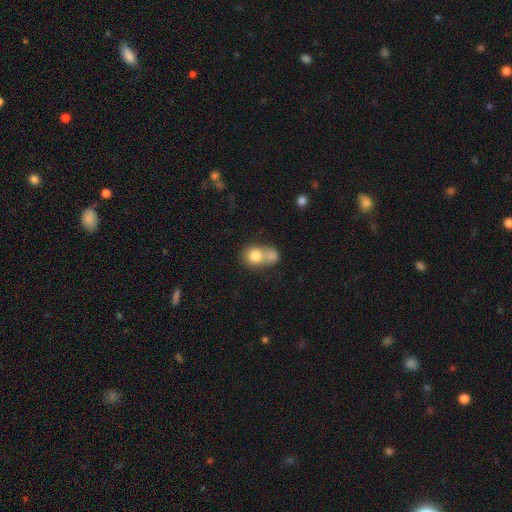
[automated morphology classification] smooth_or_featured: smooth (p=0.80) [alt: featured or disk p=0.12]
how_rounded: round (p=0.70) [alt: in between p=0.29]
merging: merger (p=0.62) [alt: none p=0.27]